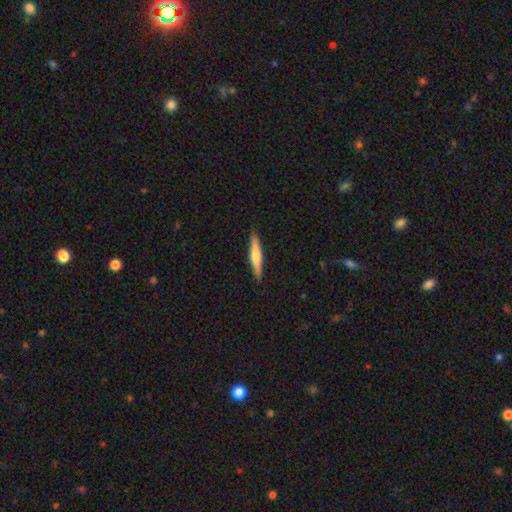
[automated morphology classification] Q: Smooth or featured?
A: smooth (48%); runner-up: featured or disk (47%)
Q: Merging?
A: none (91%); runner-up: minor disturbance (7%)